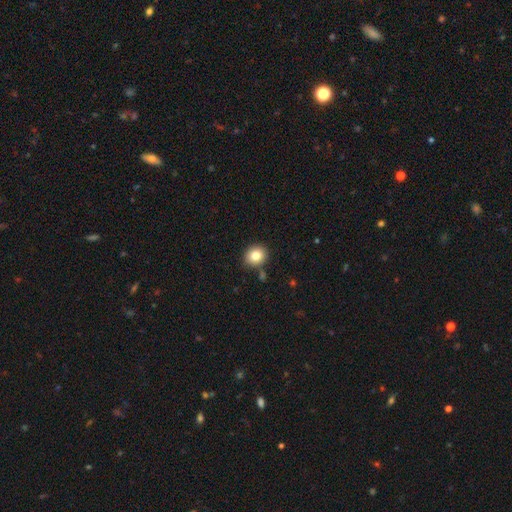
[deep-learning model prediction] The model was most divided on "how rounded": round: 74%, in between: 25%, cigar-shaped: 1%. More confident: merging — none (83%); smooth or featured — smooth (82%).